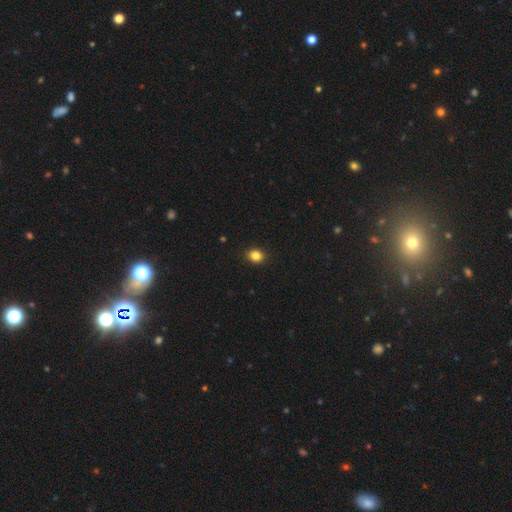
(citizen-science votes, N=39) smooth 87%, star or artifact 10%, featured or disk 3%. Down the decision tree: how rounded — round (74%); merging — none (100%).